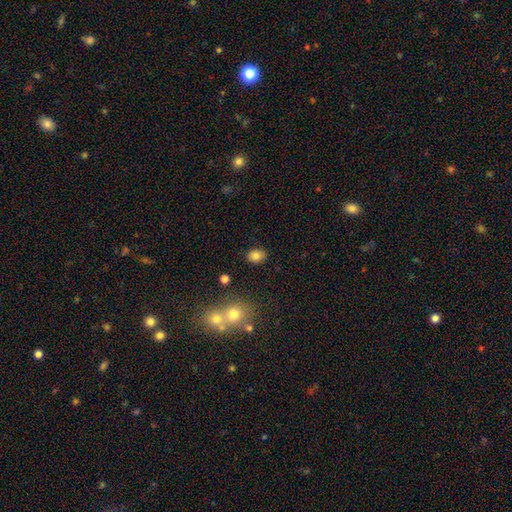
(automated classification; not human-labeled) Smooth or featured? smooth (81%)
How rounded? in between (63%)
Merging? none (83%)